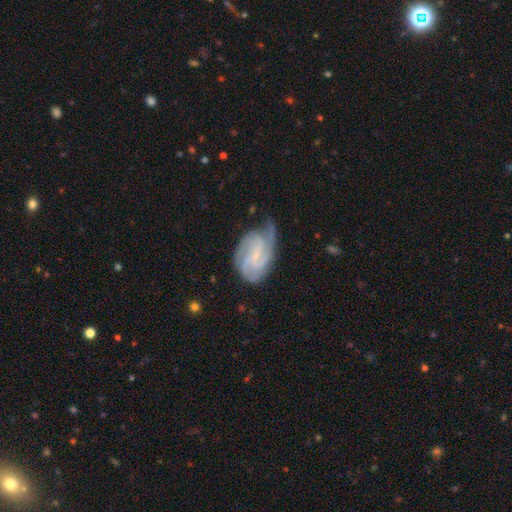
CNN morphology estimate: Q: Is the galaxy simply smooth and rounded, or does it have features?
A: featured or disk — 84%.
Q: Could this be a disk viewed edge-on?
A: no — 97%.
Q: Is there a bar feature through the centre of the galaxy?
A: weak — 51%.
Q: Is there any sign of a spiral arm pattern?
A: yes — 97%.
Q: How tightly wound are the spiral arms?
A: tight — 53%.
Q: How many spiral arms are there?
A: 3 — 31%.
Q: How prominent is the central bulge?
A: small — 67%.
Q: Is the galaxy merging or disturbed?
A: none — 59%.